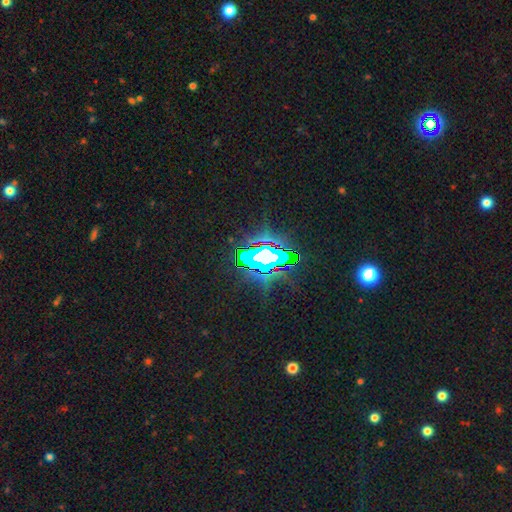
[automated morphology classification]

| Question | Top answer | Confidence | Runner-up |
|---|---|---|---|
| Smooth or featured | star or artifact | 79% | smooth (11%) |